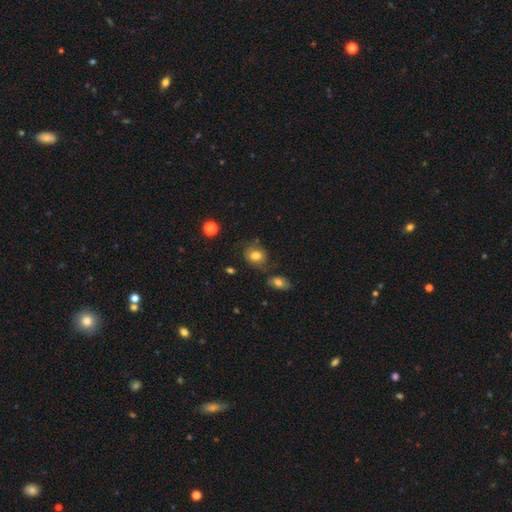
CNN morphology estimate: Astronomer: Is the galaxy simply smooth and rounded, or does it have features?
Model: smooth — 76%.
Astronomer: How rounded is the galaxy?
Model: round — 56% (runner-up: in between, 43%).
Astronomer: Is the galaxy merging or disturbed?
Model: none — 65%.